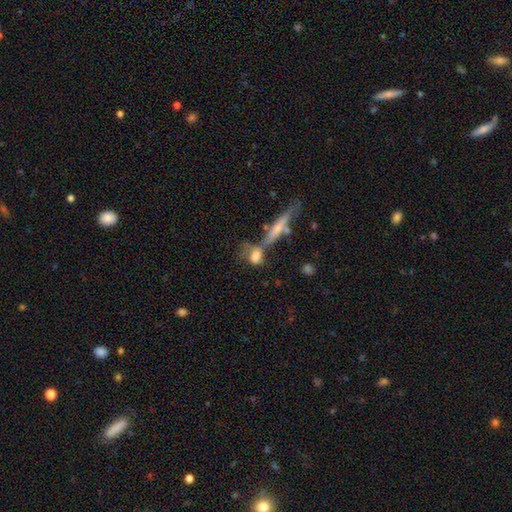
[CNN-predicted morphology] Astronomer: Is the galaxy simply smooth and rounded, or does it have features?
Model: smooth — 68%.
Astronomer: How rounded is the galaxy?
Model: in between — 55%.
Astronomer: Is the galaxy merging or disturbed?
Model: merger — 37% (runner-up: none, 34%).